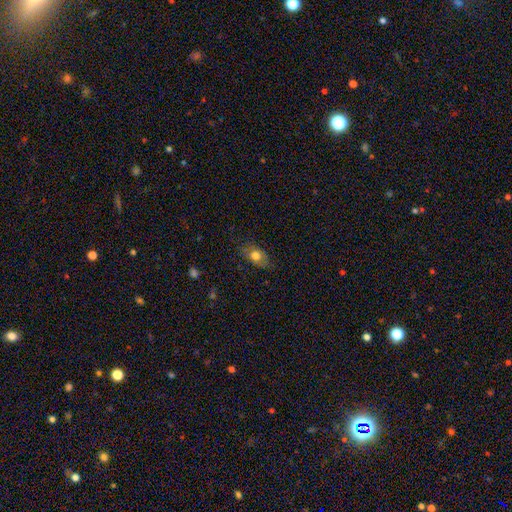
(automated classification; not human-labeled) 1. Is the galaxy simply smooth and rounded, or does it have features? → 73% smooth, 17% featured or disk, 10% star or artifact.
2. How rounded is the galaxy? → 73% in between, 23% round, 4% cigar-shaped.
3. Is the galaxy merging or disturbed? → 74% none, 20% minor disturbance, 5% major disturbance, 1% merger.